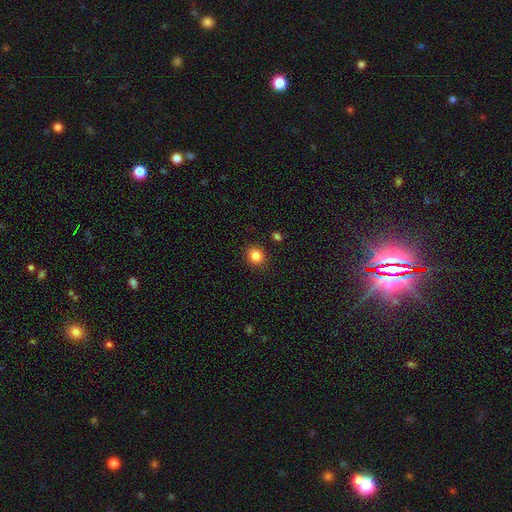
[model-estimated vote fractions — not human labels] smooth 85%, star or artifact 11%, featured or disk 4%. Down the decision tree: how rounded — round (81%); merging — none (90%).